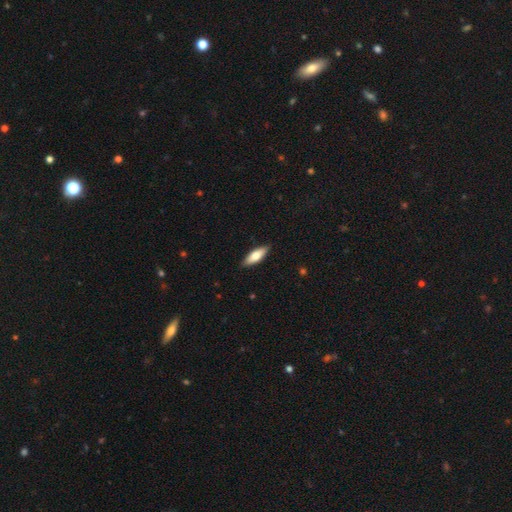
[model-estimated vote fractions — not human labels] Smooth or featured: smooth — 72% (featured or disk — 22%)
How rounded: in between — 64% (cigar-shaped — 34%)
Merging: none — 87% (minor disturbance — 10%)